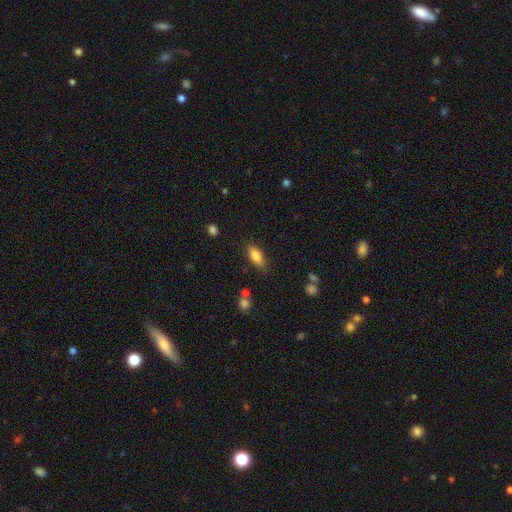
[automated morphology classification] Smooth or featured? smooth (81%)
How rounded? in between (84%)
Merging? none (78%)